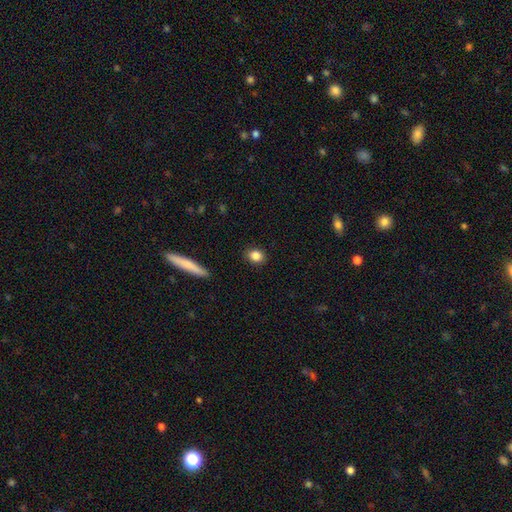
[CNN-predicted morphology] Overall: smooth (86%). How rounded: round (57%; in between 41%). Merging: none (88%).